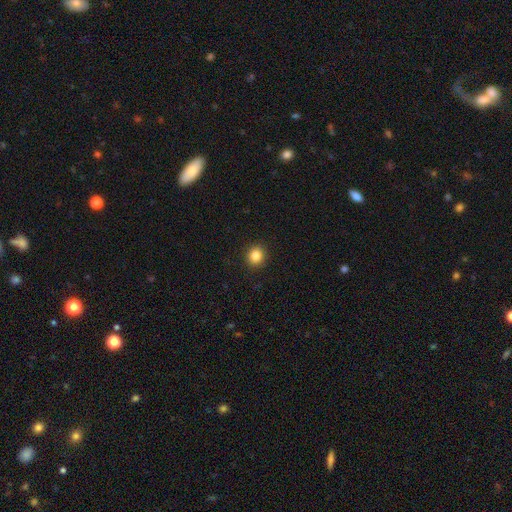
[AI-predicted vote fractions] Morphology: type=smooth (85%); roundness=round (84%); merging=none (92%).